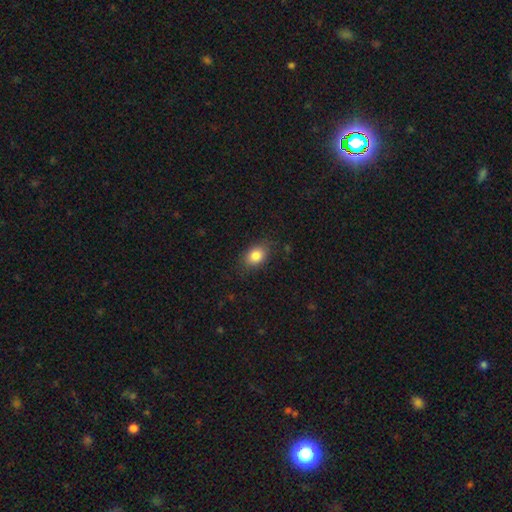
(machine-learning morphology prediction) A smooth galaxy with no disk features (84%) that is in between round and cigar-shaped (73%). Merging: none (82%).